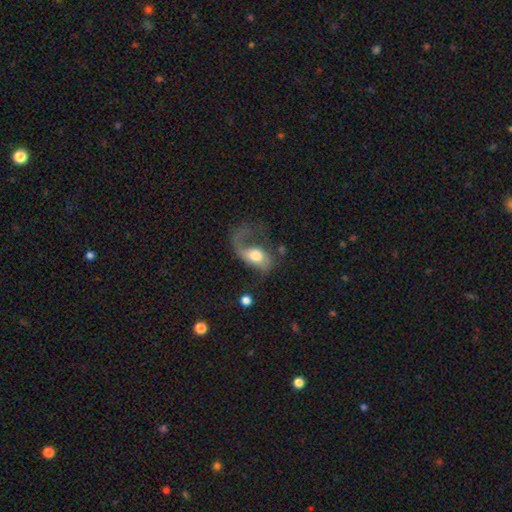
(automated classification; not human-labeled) A featured or disk galaxy (59%) with no bar (65%), spiral arms (77%) and a moderate central bulge (56%).

Vote fractions:
- Smooth or featured? featured or disk: 59% / smooth: 33% / star or artifact: 7%
- Edge-on disk? no: 95% / yes: 5%
- Bar? no: 65% / weak: 27% / strong: 8%
- Spiral arms? yes: 77% / no: 23%
- Bulge size? moderate: 56% / large: 30% / small: 8% / dominant: 4% / none: 2%
- Merging? major disturbance: 55% / none: 24% / minor disturbance: 15% / merger: 5%